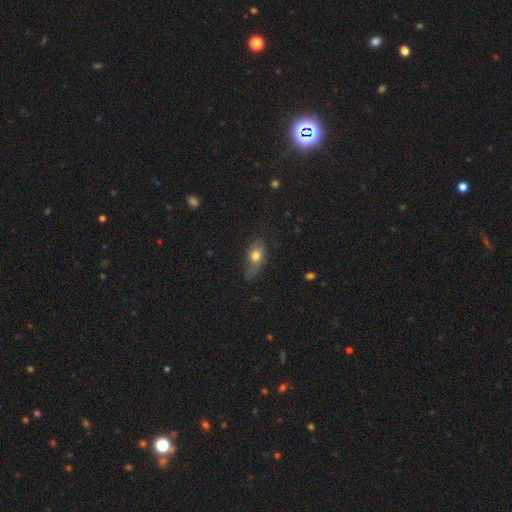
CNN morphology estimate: Smooth or featured?
  - smooth: 64% *
  - featured or disk: 28%
  - star or artifact: 9%
How rounded?
  - in between: 81% *
  - round: 11%
  - cigar-shaped: 8%
Merging?
  - none: 51% *
  - minor disturbance: 33%
  - major disturbance: 14%
  - merger: 2%